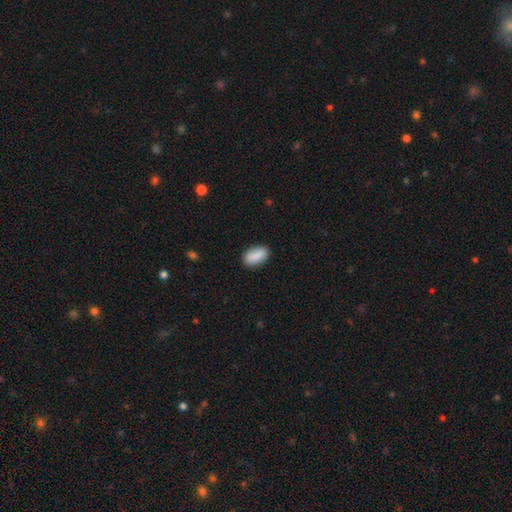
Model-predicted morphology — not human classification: smooth 88%, star or artifact 7%, featured or disk 5%. Down the decision tree: how rounded — in between (91%); merging — none (86%).